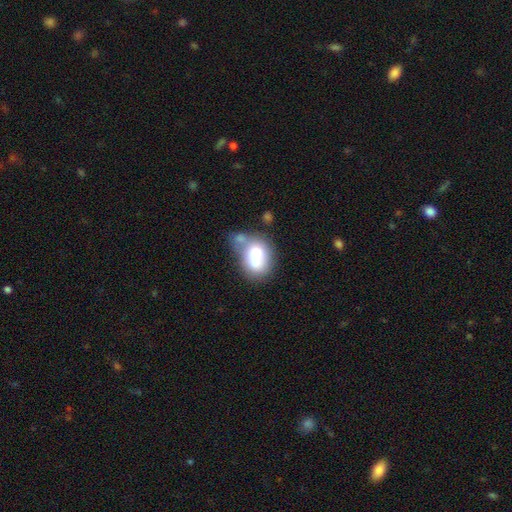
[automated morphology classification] The model was most divided on "merging": merger: 45%, none: 23%, minor disturbance: 18%, major disturbance: 14%. More confident: how rounded — in between (66%); smooth or featured — smooth (65%).